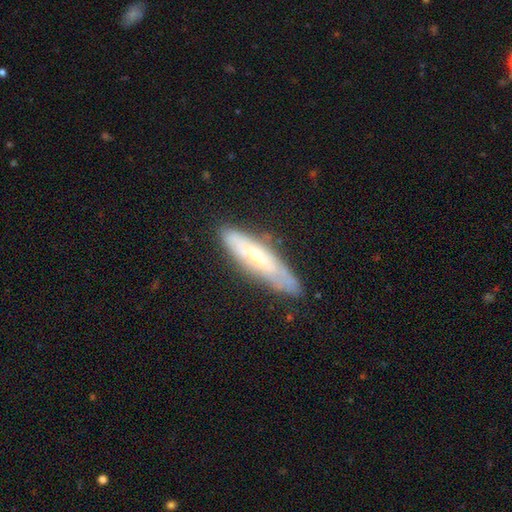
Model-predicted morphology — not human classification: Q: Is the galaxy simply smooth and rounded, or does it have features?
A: featured or disk — 53%.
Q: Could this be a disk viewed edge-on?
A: yes — 55%.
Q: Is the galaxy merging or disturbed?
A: none — 73%.